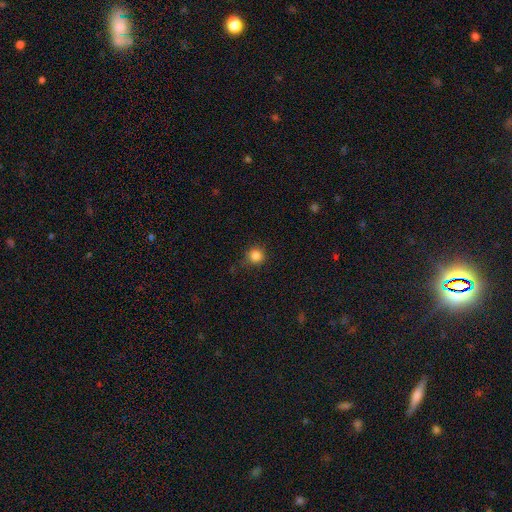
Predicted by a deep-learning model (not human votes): This appears to be a smooth galaxy with no disk features (85%) that is round (93%). Merging: none (82%).